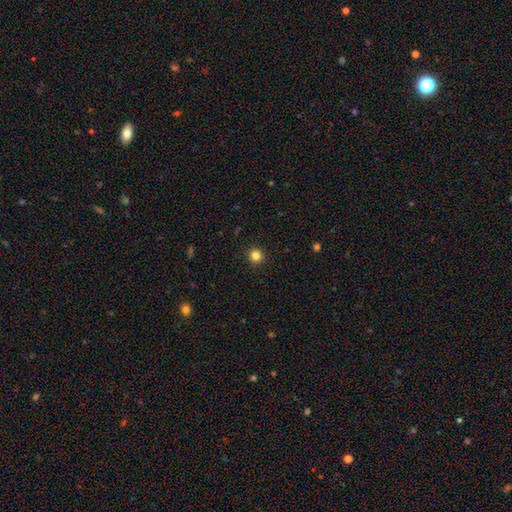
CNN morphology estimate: Smooth or featured: smooth — 83% (star or artifact — 13%)
How rounded: round — 96% (in between — 4%)
Merging: none — 93% (minor disturbance — 4%)